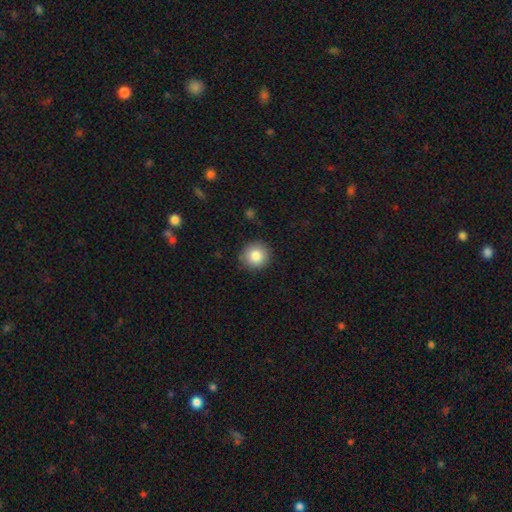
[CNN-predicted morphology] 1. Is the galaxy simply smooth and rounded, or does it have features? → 84% smooth, 9% star or artifact, 7% featured or disk.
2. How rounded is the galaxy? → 94% round, 5% in between, 1% cigar-shaped.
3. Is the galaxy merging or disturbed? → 88% none, 8% minor disturbance, 2% major disturbance, 1% merger.